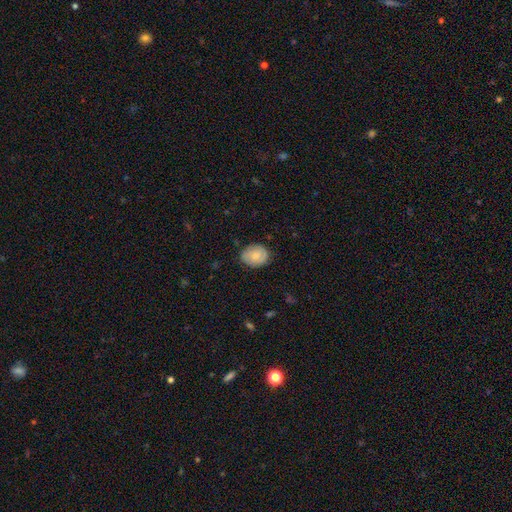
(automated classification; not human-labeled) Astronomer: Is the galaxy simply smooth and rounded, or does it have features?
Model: smooth — 73%.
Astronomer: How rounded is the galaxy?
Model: round — 51% (runner-up: in between, 48%).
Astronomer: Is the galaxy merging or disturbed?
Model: none — 77%.